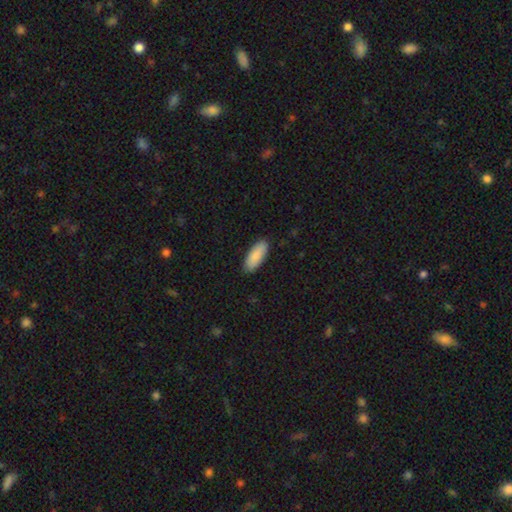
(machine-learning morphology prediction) A smooth galaxy with no disk features (89%) that is in between round and cigar-shaped (80%). Merging: none (89%).